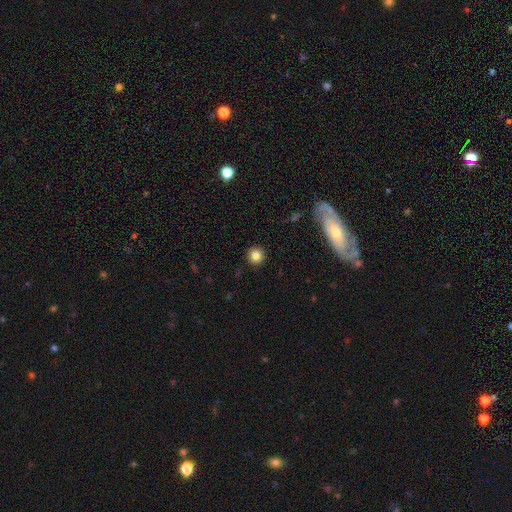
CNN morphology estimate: smooth 82%, star or artifact 11%, featured or disk 6%. Down the decision tree: how rounded — round (94%); merging — none (92%).